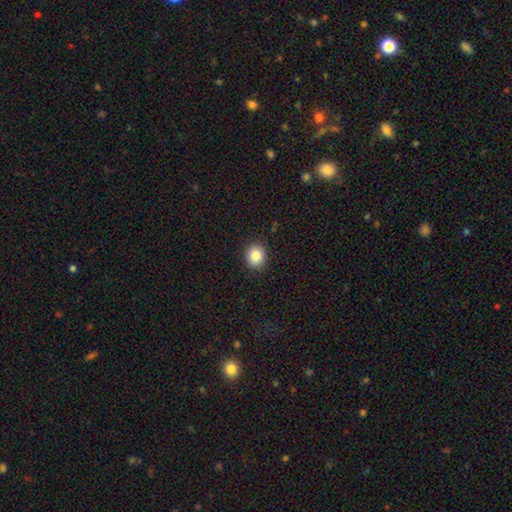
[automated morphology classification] A smooth galaxy with no disk features (86%) that is round (74%). Merging: none (90%).